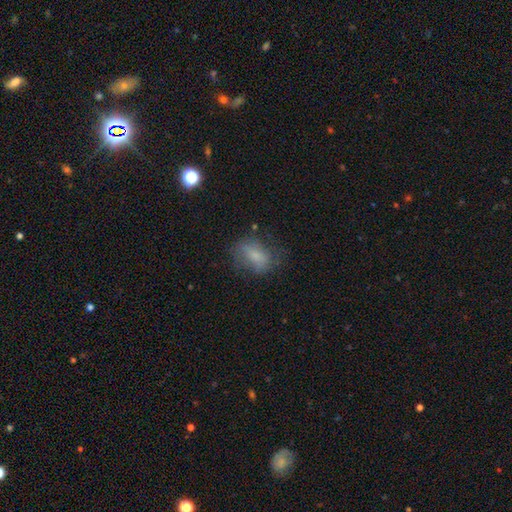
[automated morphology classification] Q: Smooth or featured?
A: smooth (66%); runner-up: featured or disk (23%)
Q: How rounded?
A: in between (77%); runner-up: round (19%)
Q: Merging?
A: none (60%); runner-up: minor disturbance (24%)